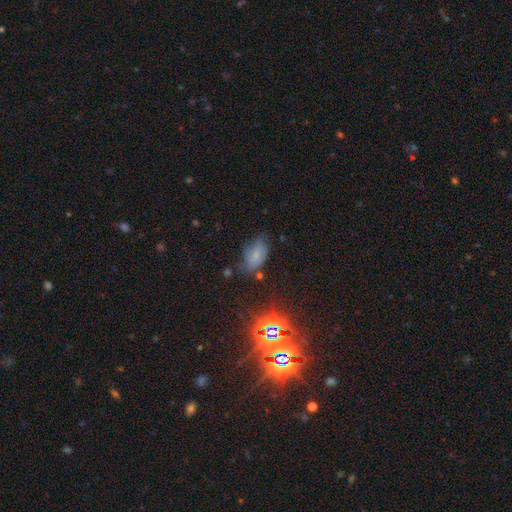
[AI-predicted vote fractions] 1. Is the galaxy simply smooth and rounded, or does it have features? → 58% smooth, 22% star or artifact, 20% featured or disk.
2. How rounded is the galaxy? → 90% in between, 7% round, 3% cigar-shaped.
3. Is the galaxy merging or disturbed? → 49% none, 33% minor disturbance, 13% major disturbance, 4% merger.